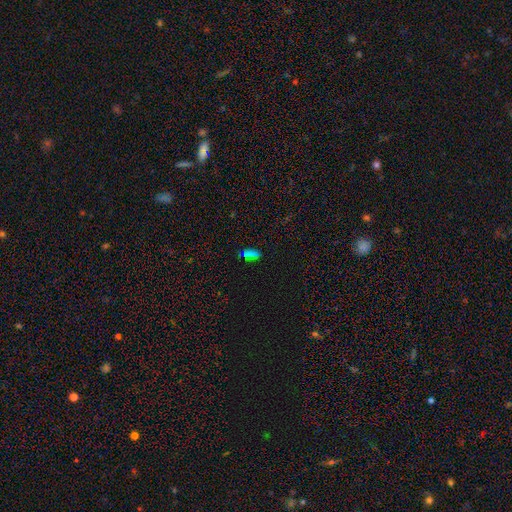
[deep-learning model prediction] Overall: smooth (57%; star or artifact 33%). How rounded: in between (60%; cigar-shaped 32%). Merging: none (74%).